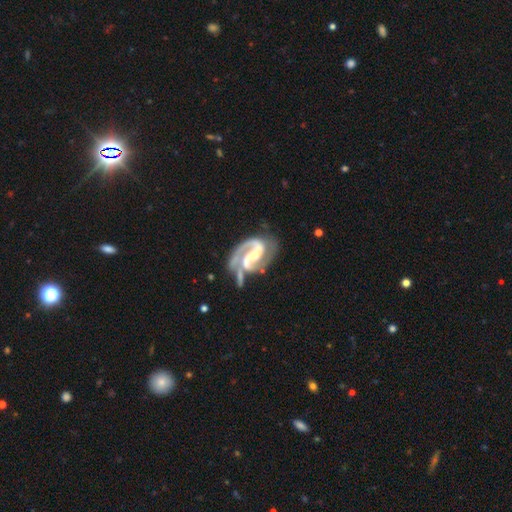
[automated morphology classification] A featured or disk galaxy (92%) with a weak bar (44%), 2 (84%) medium (54%) spiral arms (98%) and a moderate central bulge (45%).

Vote fractions:
- Smooth or featured? featured or disk: 92% / star or artifact: 4% / smooth: 3%
- Edge-on disk? no: 98% / yes: 2%
- Bar? weak: 44% / strong: 35% / no: 21%
- Spiral arms? yes: 98% / no: 2%
- Spiral winding? medium: 54% / tight: 32% / loose: 14%
- Spiral arm count? 2: 84% / 1: 6% / 3: 5% / can't tell: 3% / 4: 1% / more than 4: 1%
- Bulge size? moderate: 45% / small: 38% / none: 9% / large: 7% / dominant: 1%
- Merging? none: 50% / minor disturbance: 21% / major disturbance: 19% / merger: 9%